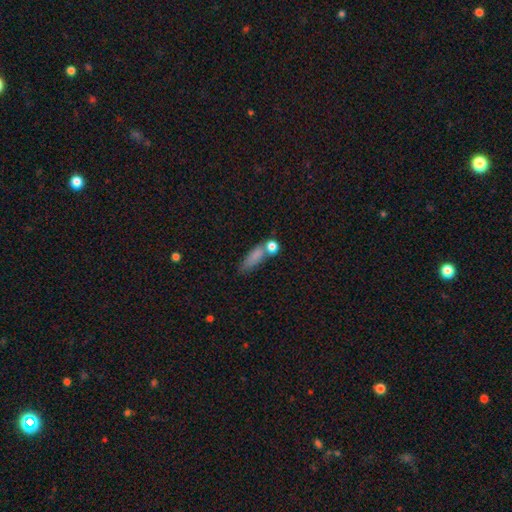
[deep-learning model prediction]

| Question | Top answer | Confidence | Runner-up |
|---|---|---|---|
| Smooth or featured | smooth | 75% | featured or disk (12%) |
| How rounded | cigar-shaped | 47% | in between (43%) |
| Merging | none | 51% | merger (21%) |